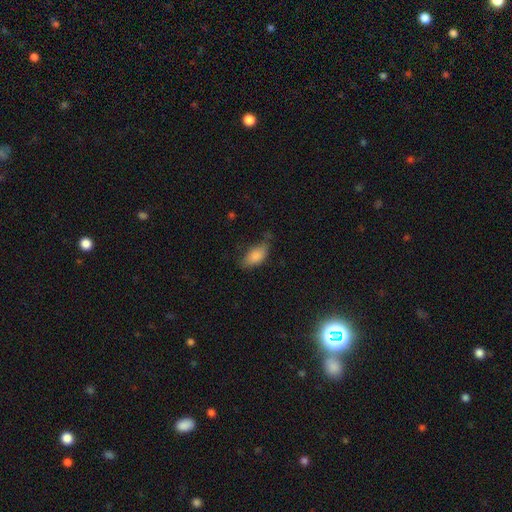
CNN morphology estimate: This is clearly a smooth galaxy (84%). How rounded: clearly in between (90%). Merging: possibly none (53%).